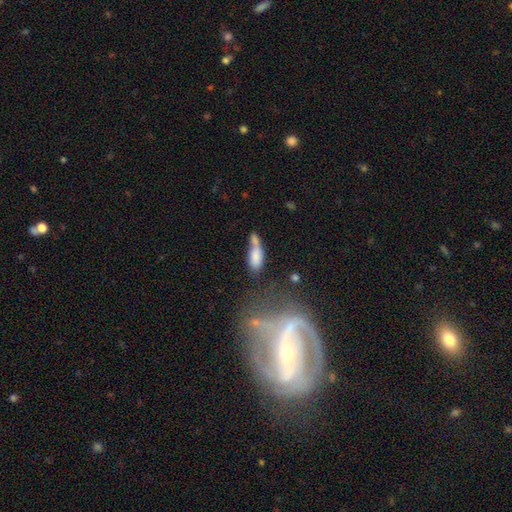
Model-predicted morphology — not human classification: Q: Smooth or featured?
A: smooth (76%); runner-up: featured or disk (15%)
Q: How rounded?
A: in between (74%); runner-up: cigar-shaped (23%)
Q: Merging?
A: merger (45%); runner-up: none (27%)